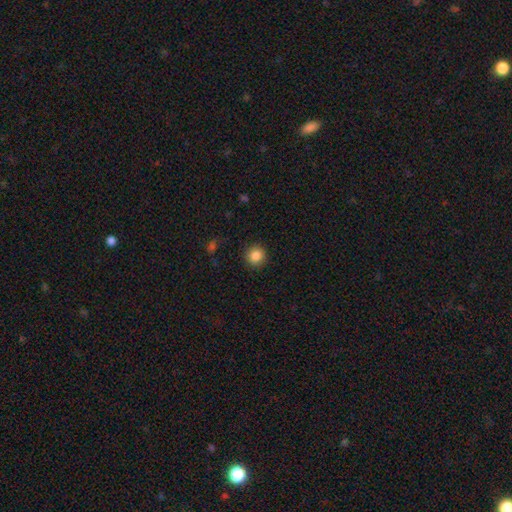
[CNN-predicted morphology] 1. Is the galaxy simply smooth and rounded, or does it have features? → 86% smooth, 10% star or artifact, 4% featured or disk.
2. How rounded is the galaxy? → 92% round, 7% in between, 1% cigar-shaped.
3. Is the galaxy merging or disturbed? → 90% none, 6% minor disturbance, 2% major disturbance, 1% merger.